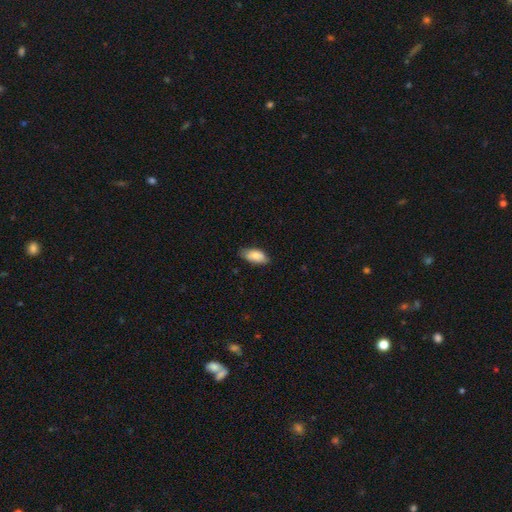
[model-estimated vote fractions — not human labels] This is clearly a smooth galaxy (86%). How rounded: clearly in between (90%). Merging: likely none (78%).